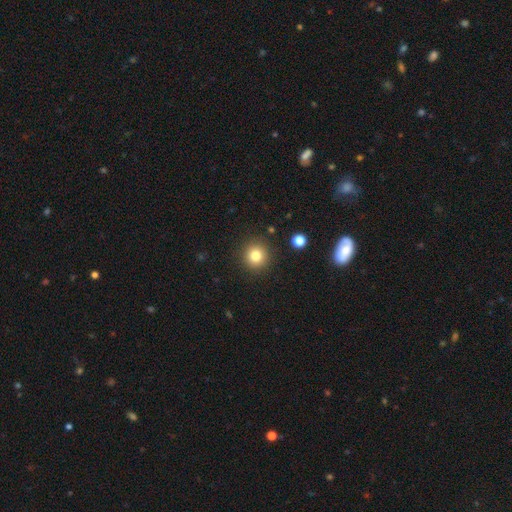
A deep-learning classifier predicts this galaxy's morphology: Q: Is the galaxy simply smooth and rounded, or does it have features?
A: smooth — 82%.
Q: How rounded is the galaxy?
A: round — 93%.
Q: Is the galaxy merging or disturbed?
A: none — 90%.